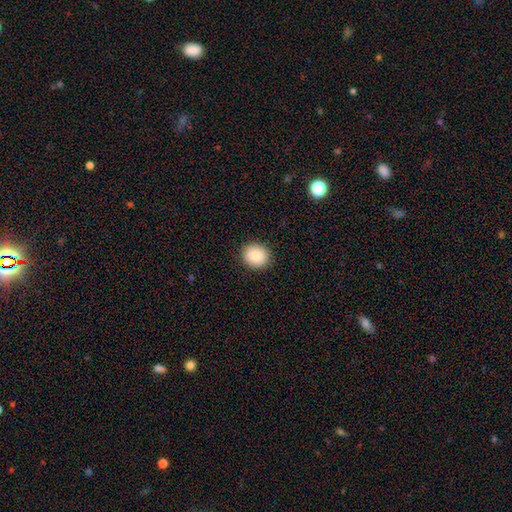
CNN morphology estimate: smooth 88%, star or artifact 8%, featured or disk 4%. Down the decision tree: how rounded — round (77%); merging — none (91%).